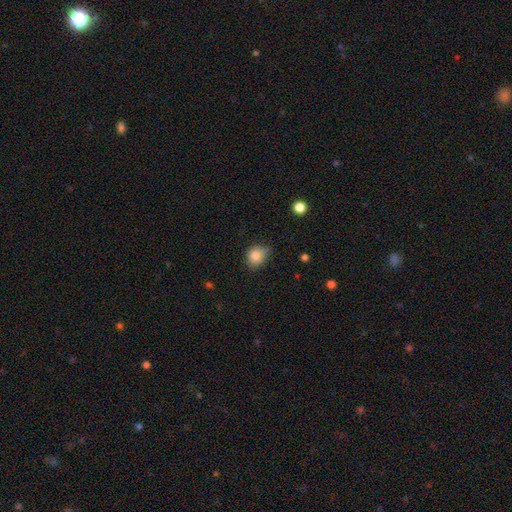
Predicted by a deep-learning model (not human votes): A smooth galaxy with no disk features (83%) that is round (59%).

Vote fractions:
- Smooth or featured? smooth: 83% / star or artifact: 10% / featured or disk: 7%
- How rounded? round: 59% / in between: 40% / cigar-shaped: 1%
- Merging? none: 50% / minor disturbance: 39% / major disturbance: 8% / merger: 2%